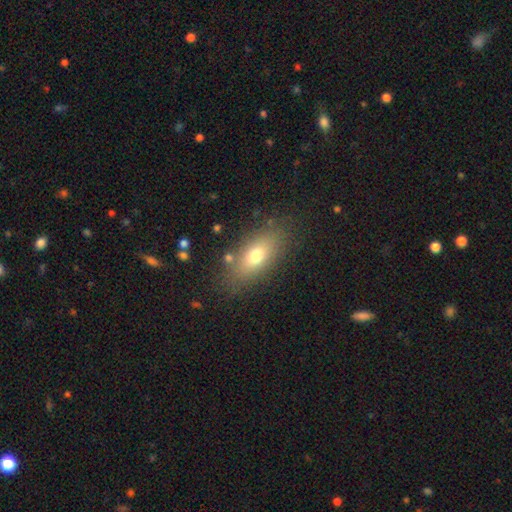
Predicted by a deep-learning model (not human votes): Smooth or featured?
  - smooth: 69% *
  - featured or disk: 20%
  - star or artifact: 10%
How rounded?
  - in between: 80% *
  - cigar-shaped: 13%
  - round: 7%
Merging?
  - none: 81% *
  - minor disturbance: 12%
  - major disturbance: 4%
  - merger: 3%